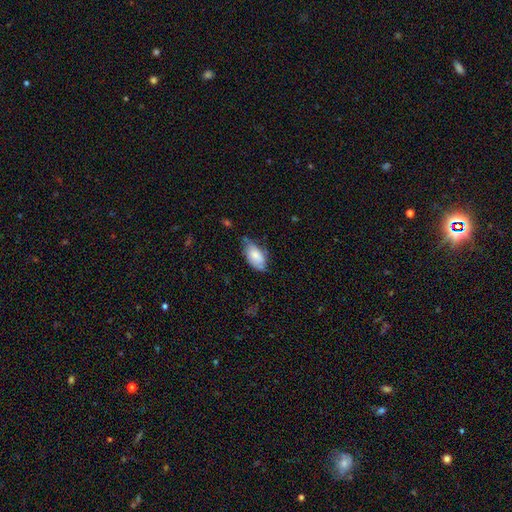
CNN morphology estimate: Smooth or featured: smooth — 68% (featured or disk — 25%)
How rounded: in between — 93% (round — 4%)
Merging: none — 49% (minor disturbance — 38%)